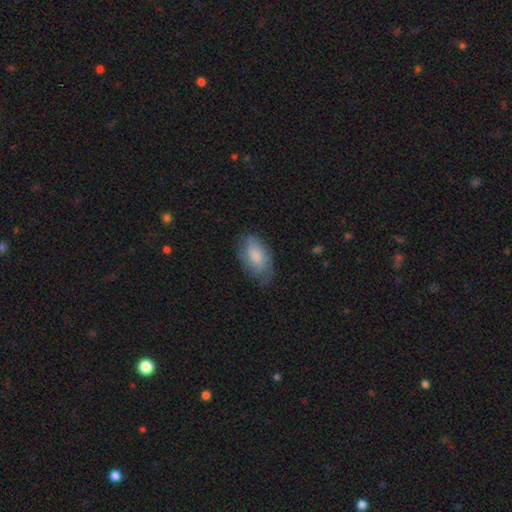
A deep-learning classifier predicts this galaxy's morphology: smooth 71%, featured or disk 23%, star or artifact 6%. Down the decision tree: how rounded — in between (93%); merging — none (64%).